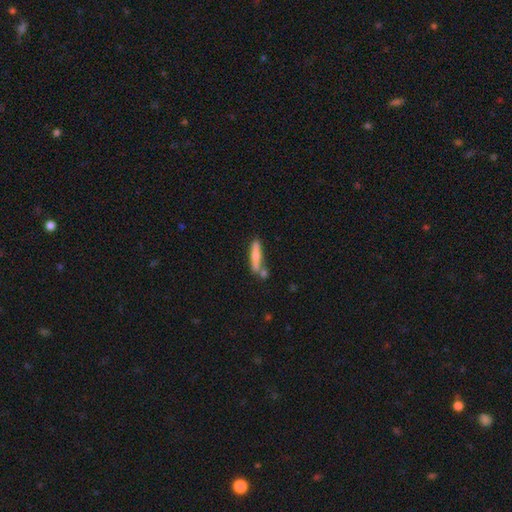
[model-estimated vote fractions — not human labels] smooth 64%, featured or disk 30%, star or artifact 6%. Down the decision tree: how rounded — cigar-shaped (86%); merging — none (65%).